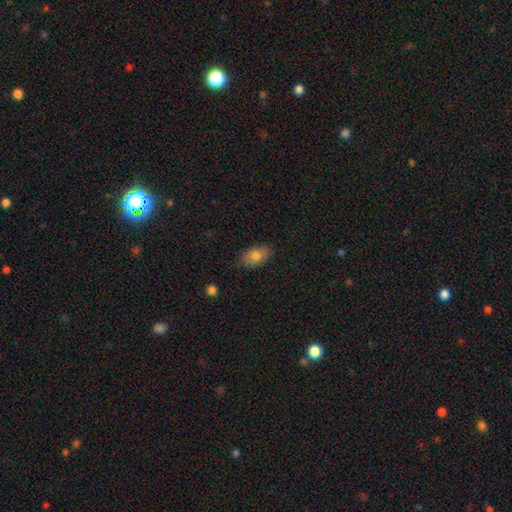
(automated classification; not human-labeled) smooth-or-featured: smooth: 78% | featured or disk: 14% | star or artifact: 8%
  how-rounded: in between: 90% | round: 8% | cigar-shaped: 2%
  merging: none: 82% | minor disturbance: 14% | major disturbance: 3% | merger: 1%